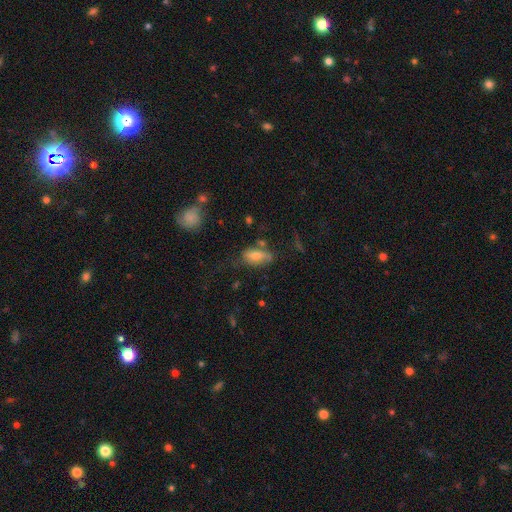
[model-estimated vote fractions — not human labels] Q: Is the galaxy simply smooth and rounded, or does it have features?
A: smooth — 67%.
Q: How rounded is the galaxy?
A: in between — 85%.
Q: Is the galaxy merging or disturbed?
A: none — 54%.